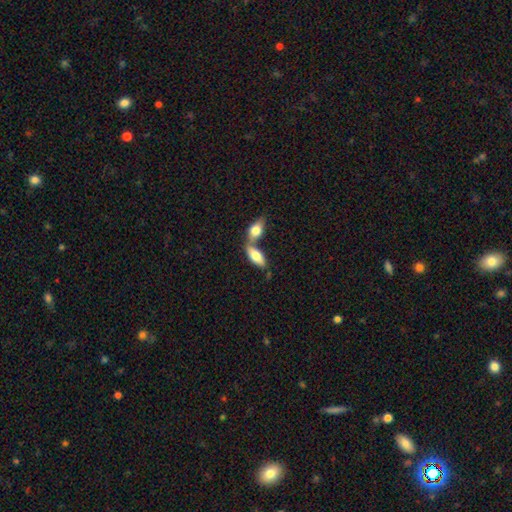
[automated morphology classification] Smooth or featured?
  - smooth: 73% *
  - featured or disk: 22%
  - star or artifact: 6%
How rounded?
  - in between: 84% *
  - cigar-shaped: 14%
  - round: 3%
Merging?
  - merger: 57% *
  - none: 32%
  - minor disturbance: 8%
  - major disturbance: 3%